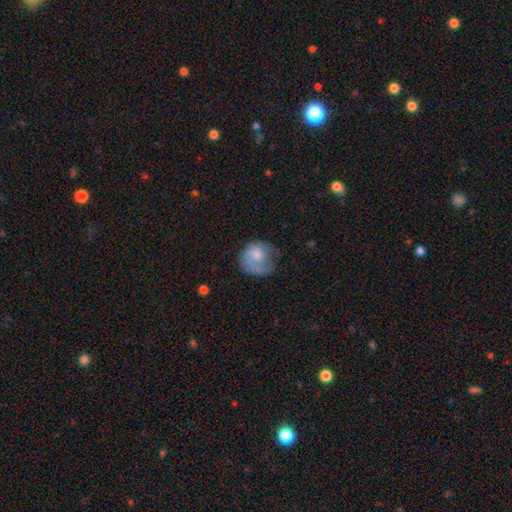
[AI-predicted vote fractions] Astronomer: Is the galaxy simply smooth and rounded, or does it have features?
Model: smooth — 62%.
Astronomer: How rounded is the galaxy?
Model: round — 74%.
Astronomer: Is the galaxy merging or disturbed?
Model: none — 44% (runner-up: minor disturbance, 27%).